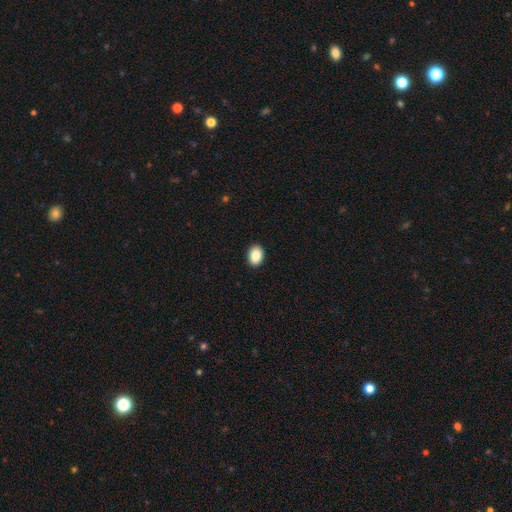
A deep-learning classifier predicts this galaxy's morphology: Smooth or featured?
  - smooth: 88% *
  - star or artifact: 8%
  - featured or disk: 4%
How rounded?
  - in between: 70% *
  - round: 29%
  - cigar-shaped: 1%
Merging?
  - none: 91% *
  - minor disturbance: 6%
  - major disturbance: 2%
  - merger: 1%